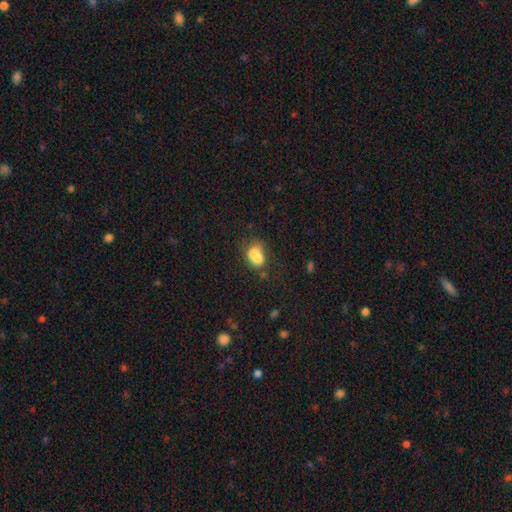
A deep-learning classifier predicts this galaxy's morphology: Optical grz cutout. It shows a smooth galaxy with no disk features (77%) that is in between round and cigar-shaped (73%). Merging: none (38%).